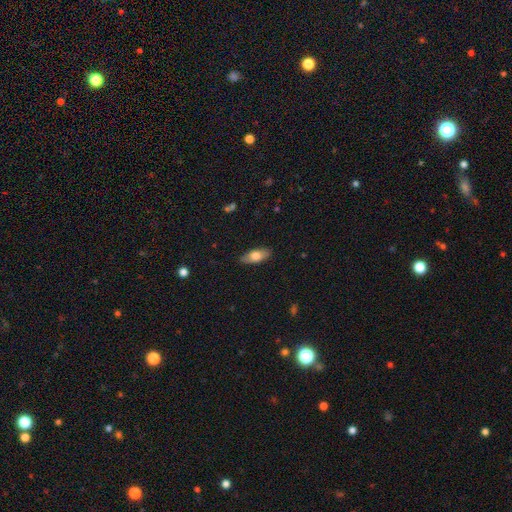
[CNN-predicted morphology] smooth-or-featured: smooth: 70% | featured or disk: 24% | star or artifact: 6%
  how-rounded: in between: 81% | cigar-shaped: 16% | round: 3%
  merging: none: 85% | minor disturbance: 12% | major disturbance: 2% | merger: 1%